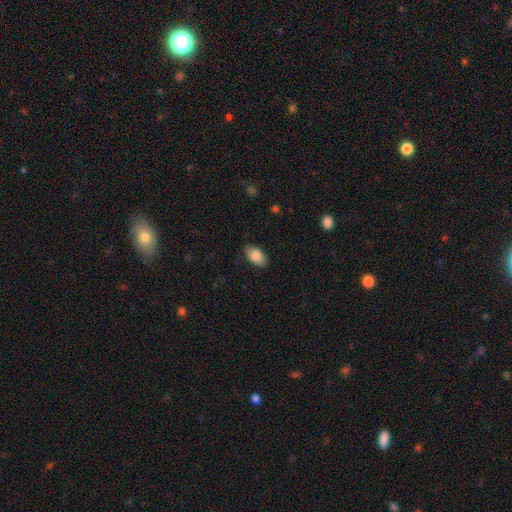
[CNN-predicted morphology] Smooth or featured?
  - smooth: 85% *
  - featured or disk: 8%
  - star or artifact: 7%
How rounded?
  - in between: 94% *
  - round: 4%
  - cigar-shaped: 2%
Merging?
  - none: 83% *
  - minor disturbance: 13%
  - major disturbance: 3%
  - merger: 1%